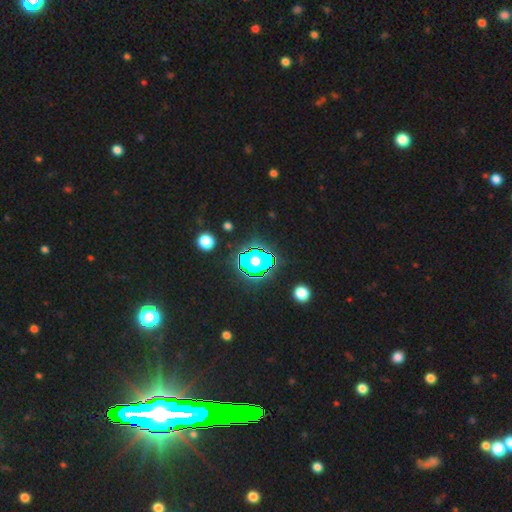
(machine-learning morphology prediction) Smooth or featured?
  - star or artifact: 78% *
  - featured or disk: 11%
  - smooth: 11%